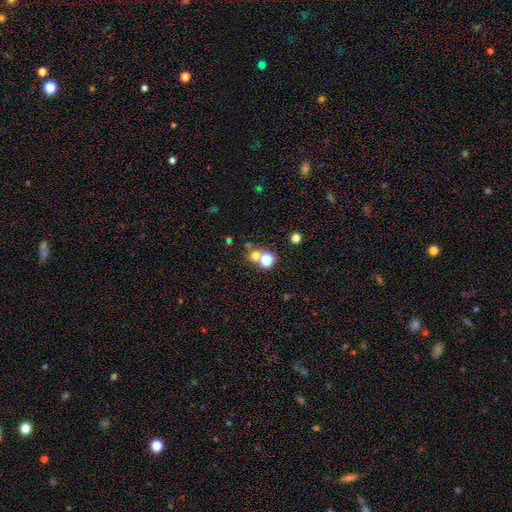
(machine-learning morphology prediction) Smooth or featured? smooth (61%)
How rounded? round (86%)
Merging? none (56%)